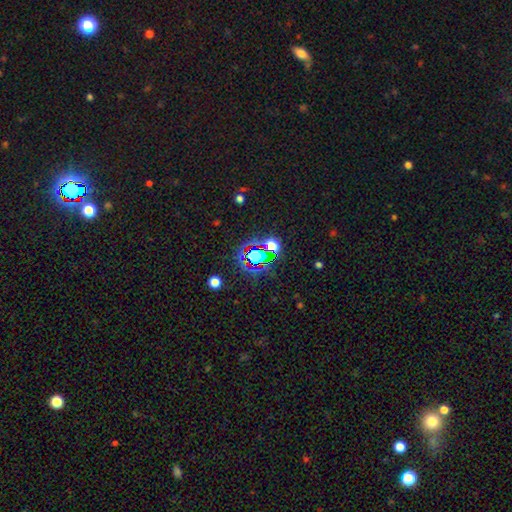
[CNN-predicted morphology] A star or artifact, not a galaxy (69%).

Vote fractions:
- Smooth or featured? star or artifact: 69% / smooth: 19% / featured or disk: 12%